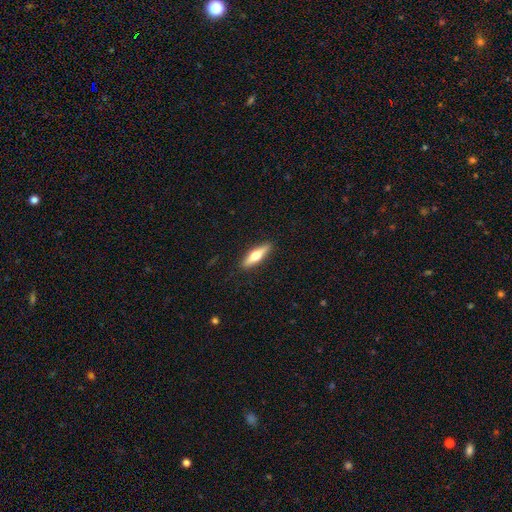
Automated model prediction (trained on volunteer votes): Q: Smooth or featured?
A: smooth (53%); runner-up: featured or disk (41%)
Q: How rounded?
A: cigar-shaped (69%); runner-up: in between (29%)
Q: Merging?
A: none (90%); runner-up: minor disturbance (7%)